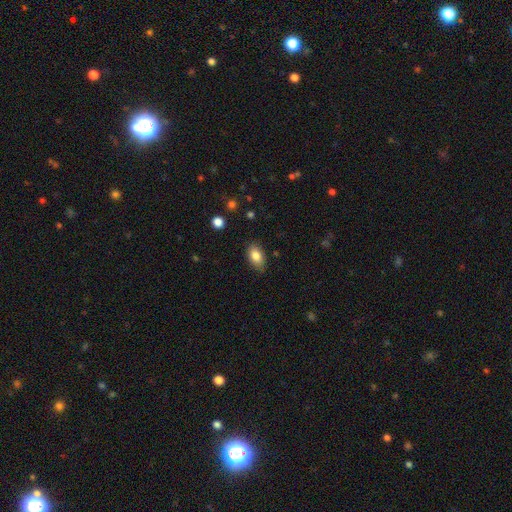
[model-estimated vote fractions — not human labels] smooth 83%, featured or disk 9%, star or artifact 8%. Down the decision tree: how rounded — in between (90%); merging — none (81%).